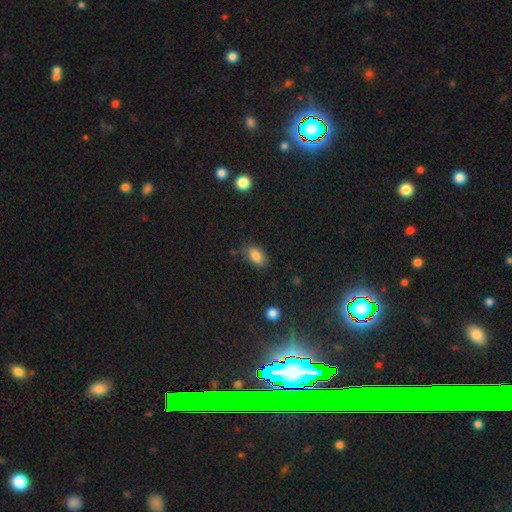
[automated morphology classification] A smooth galaxy with no disk features (82%) that is in between round and cigar-shaped (89%). Merging: none (71%).